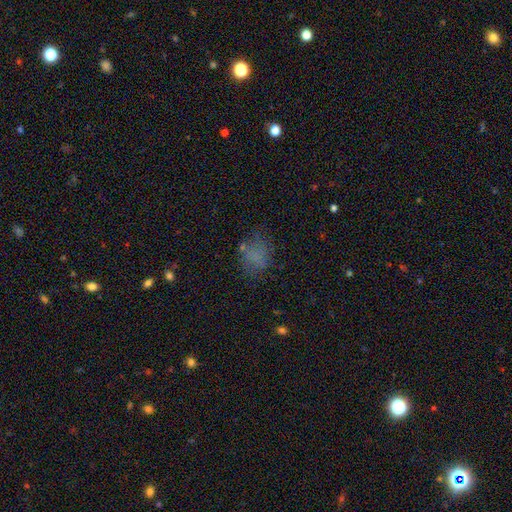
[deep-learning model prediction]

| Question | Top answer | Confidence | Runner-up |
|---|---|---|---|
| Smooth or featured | smooth | 64% | star or artifact (19%) |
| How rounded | in between | 54% | round (44%) |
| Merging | none | 61% | minor disturbance (21%) |